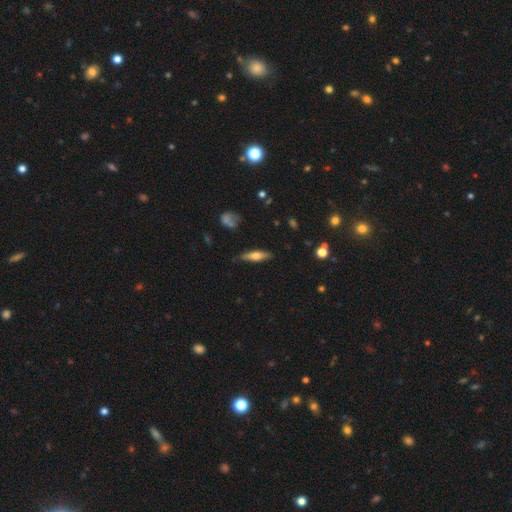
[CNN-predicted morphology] A smooth galaxy with no disk features (53%) that is cigar-shaped (69%). Merging: none (83%).